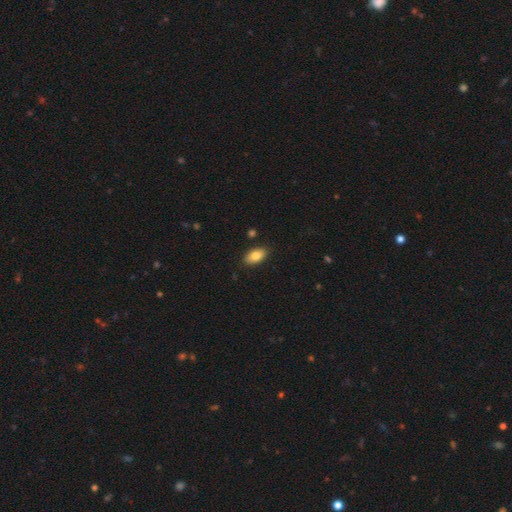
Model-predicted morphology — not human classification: A smooth galaxy with no disk features (81%) that is in between round and cigar-shaped (92%).

Vote fractions:
- Smooth or featured? smooth: 81% / featured or disk: 12% / star or artifact: 7%
- How rounded? in between: 92% / cigar-shaped: 4% / round: 4%
- Merging? none: 87% / minor disturbance: 10% / major disturbance: 2% / merger: 2%